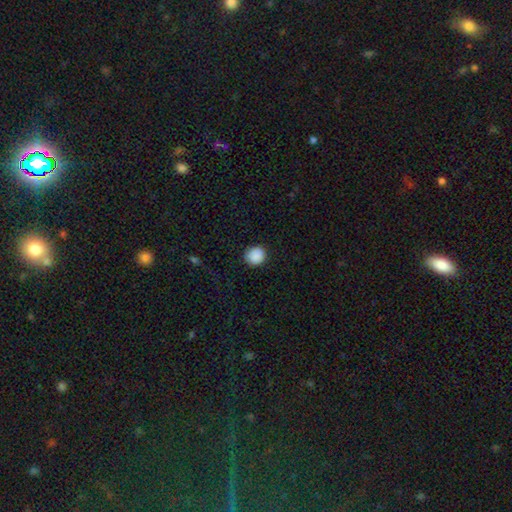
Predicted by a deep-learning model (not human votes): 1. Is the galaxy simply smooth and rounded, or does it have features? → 90% smooth, 8% star or artifact, 2% featured or disk.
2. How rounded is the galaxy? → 89% round, 10% in between, 1% cigar-shaped.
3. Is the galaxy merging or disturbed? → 90% none, 7% minor disturbance, 2% major disturbance, 1% merger.